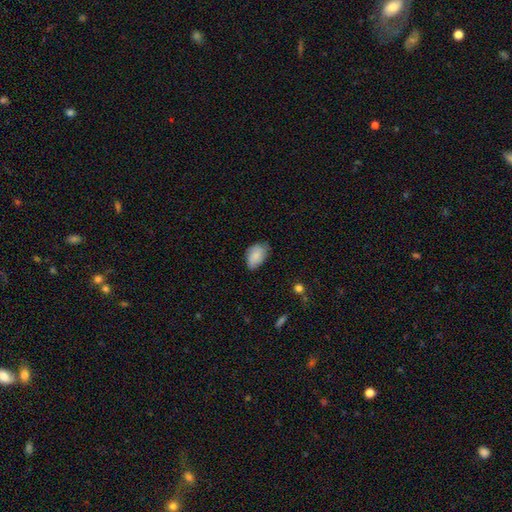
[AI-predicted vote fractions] smooth-or-featured: smooth: 79% | featured or disk: 14% | star or artifact: 7%
  how-rounded: in between: 89% | round: 9% | cigar-shaped: 1%
  merging: none: 65% | minor disturbance: 29% | major disturbance: 5% | merger: 1%